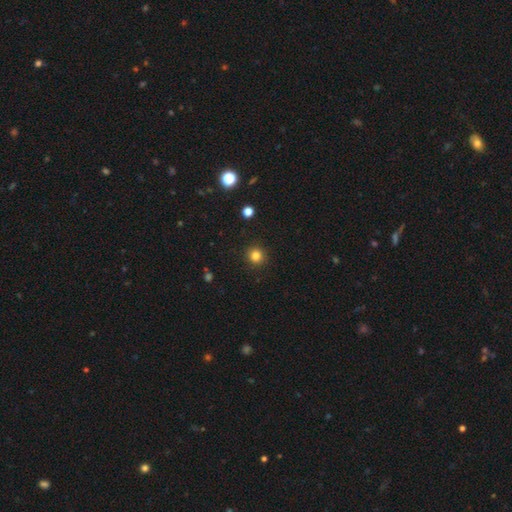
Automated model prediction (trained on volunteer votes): Smooth or featured?
  - smooth: 82% *
  - star or artifact: 13%
  - featured or disk: 5%
How rounded?
  - round: 93% *
  - in between: 6%
  - cigar-shaped: 1%
Merging?
  - none: 92% *
  - minor disturbance: 5%
  - major disturbance: 2%
  - merger: 1%